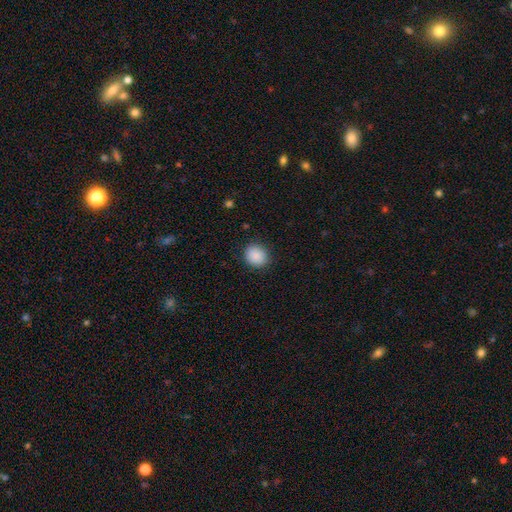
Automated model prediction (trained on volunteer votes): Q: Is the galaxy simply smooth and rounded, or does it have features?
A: smooth — 89%.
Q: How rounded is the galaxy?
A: round — 76%.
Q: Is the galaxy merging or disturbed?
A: none — 88%.